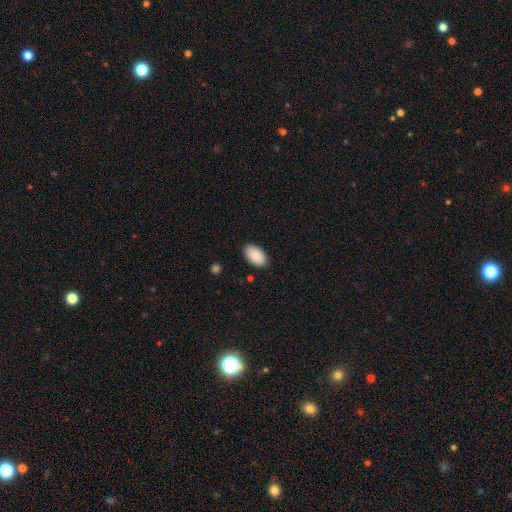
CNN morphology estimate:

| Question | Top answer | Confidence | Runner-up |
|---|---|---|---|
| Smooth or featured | smooth | 88% | star or artifact (6%) |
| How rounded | in between | 95% | round (4%) |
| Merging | none | 87% | minor disturbance (10%) |